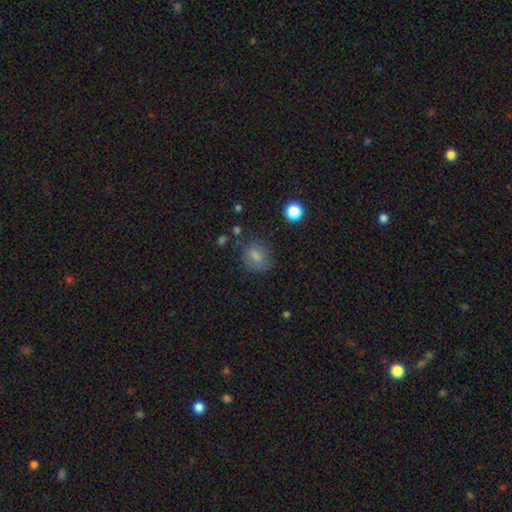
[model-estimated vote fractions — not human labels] smooth_or_featured: smooth (p=0.67) [alt: star or artifact p=0.18]
how_rounded: round (p=0.64) [alt: in between p=0.34]
merging: none (p=0.74) [alt: minor disturbance p=0.17]